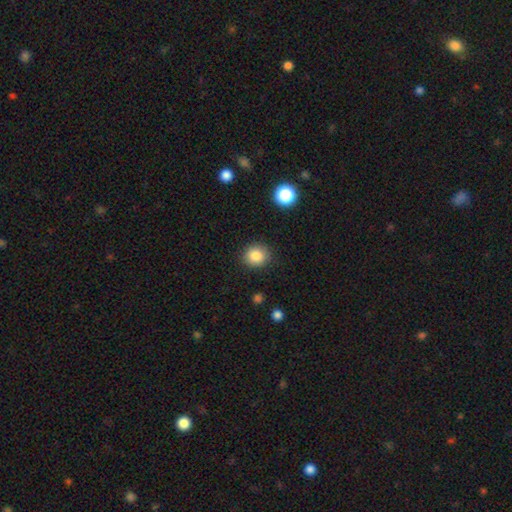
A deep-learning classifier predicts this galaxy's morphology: Smooth or featured? Predicted: smooth (p=0.85). How rounded? Predicted: round (p=0.84). Merging? Predicted: none (p=0.88).